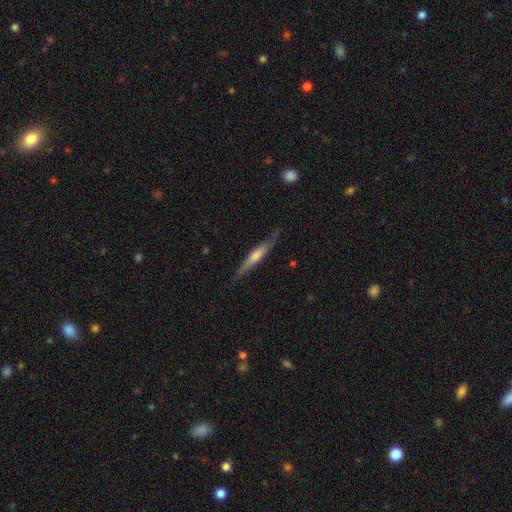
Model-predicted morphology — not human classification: A featured or disk galaxy (64%) viewed edge-on (94%) with a rounded central bulge (62%).

Vote fractions:
- Smooth or featured? featured or disk: 64% / smooth: 30% / star or artifact: 6%
- Edge-on disk? yes: 94% / no: 6%
- Edge-on bulge? rounded: 62% / none: 25% / boxy: 14%
- Merging? none: 80% / minor disturbance: 16% / major disturbance: 3% / merger: 1%